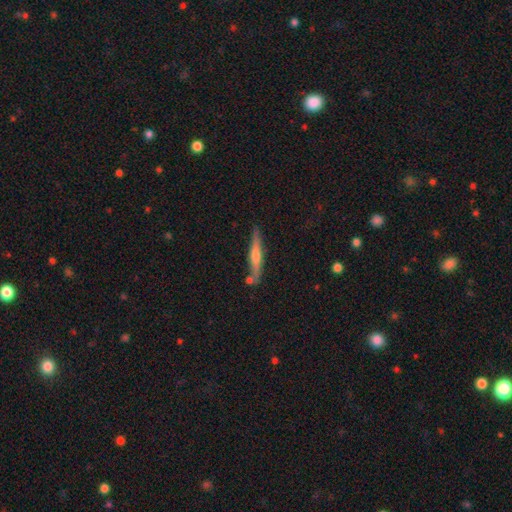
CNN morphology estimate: A featured or disk galaxy (59%) viewed edge-on (95%) with a rounded central bulge (77%).

Vote fractions:
- Smooth or featured? featured or disk: 59% / smooth: 35% / star or artifact: 6%
- Edge-on disk? yes: 95% / no: 5%
- Edge-on bulge? rounded: 77% / none: 15% / boxy: 8%
- Merging? none: 79% / minor disturbance: 13% / merger: 6% / major disturbance: 3%